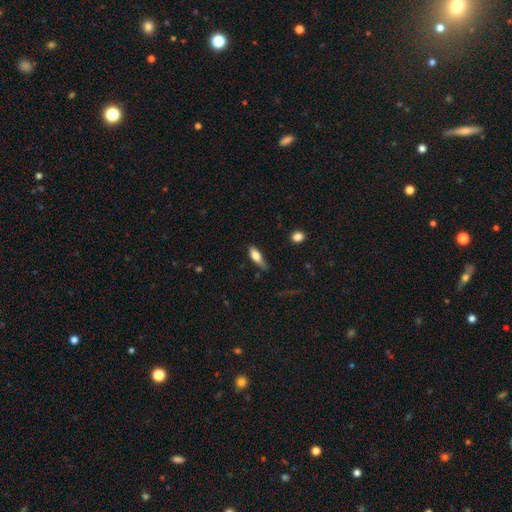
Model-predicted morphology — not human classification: This appears to be a smooth galaxy with no disk features (69%) that is in between round and cigar-shaped (61%). Merging: none (64%).